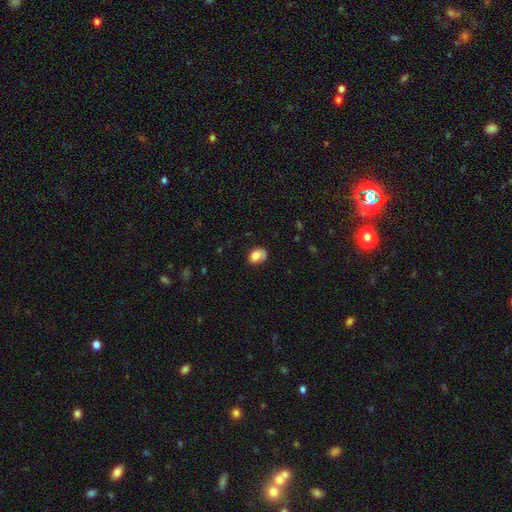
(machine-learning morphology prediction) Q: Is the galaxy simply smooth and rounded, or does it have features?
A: smooth — 77%.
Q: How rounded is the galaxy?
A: in between — 70%.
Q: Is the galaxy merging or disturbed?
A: none — 50%.